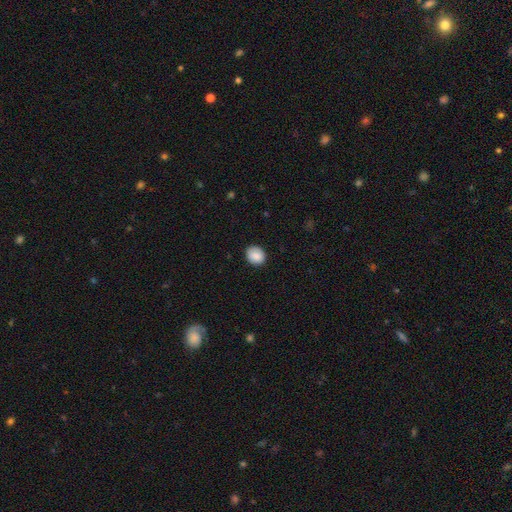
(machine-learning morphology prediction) A smooth galaxy with no disk features (88%) that is round (69%).

Vote fractions:
- Smooth or featured? smooth: 88% / star or artifact: 8% / featured or disk: 5%
- How rounded? round: 69% / in between: 30% / cigar-shaped: 1%
- Merging? none: 86% / minor disturbance: 11% / major disturbance: 2% / merger: 1%